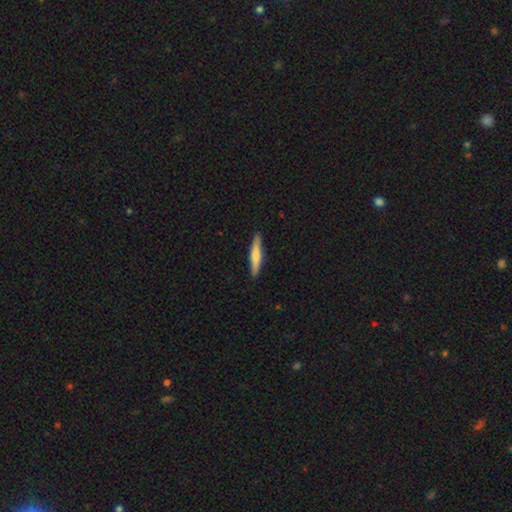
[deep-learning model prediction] Smooth or featured?
  - smooth: 65% *
  - featured or disk: 30%
  - star or artifact: 5%
How rounded?
  - cigar-shaped: 92% *
  - in between: 7%
  - round: 1%
Merging?
  - none: 90% *
  - minor disturbance: 7%
  - major disturbance: 1%
  - merger: 1%